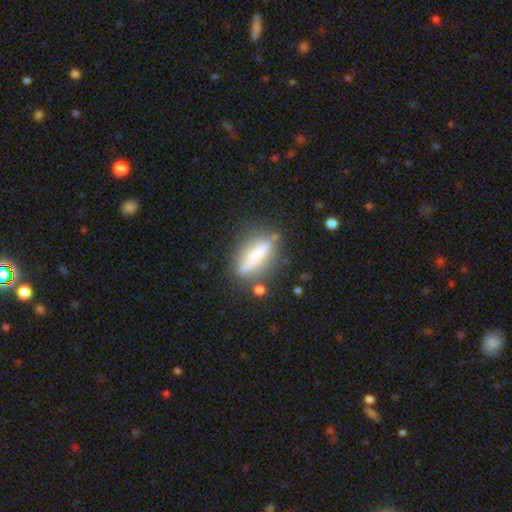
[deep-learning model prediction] The model was most divided on "smooth or featured": featured or disk: 47%, smooth: 45%, star or artifact: 8%. More confident: merging — none (72%).